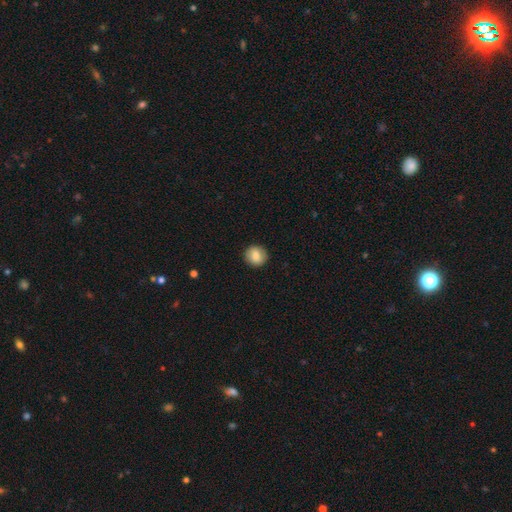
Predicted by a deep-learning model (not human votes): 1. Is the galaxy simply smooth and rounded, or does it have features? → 83% smooth, 9% featured or disk, 8% star or artifact.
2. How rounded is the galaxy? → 88% round, 11% in between, 1% cigar-shaped.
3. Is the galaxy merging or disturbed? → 90% none, 7% minor disturbance, 2% major disturbance, 1% merger.